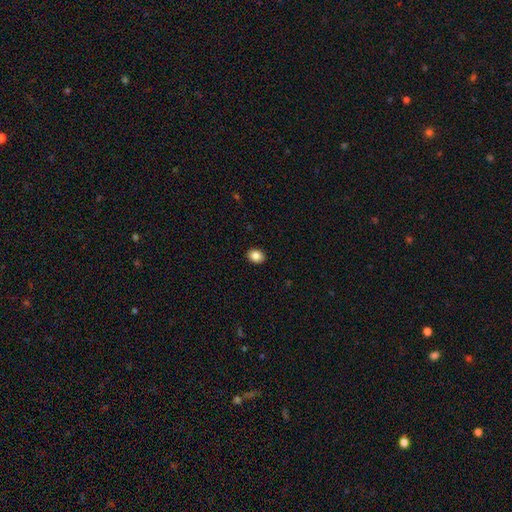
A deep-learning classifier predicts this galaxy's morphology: Q: Smooth or featured?
A: smooth (86%); runner-up: star or artifact (9%)
Q: How rounded?
A: in between (56%); runner-up: round (44%)
Q: Merging?
A: none (91%); runner-up: minor disturbance (6%)